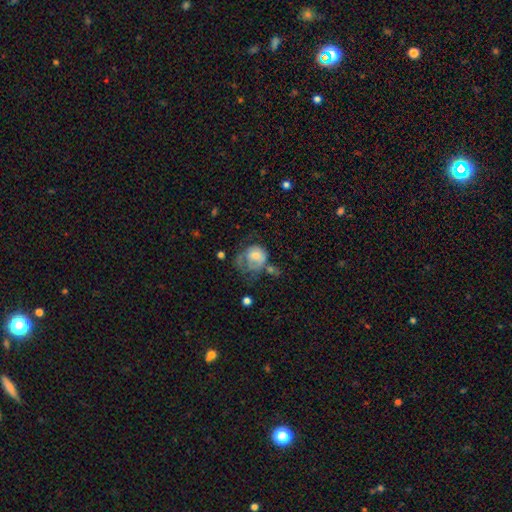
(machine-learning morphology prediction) smooth-or-featured: smooth: 50% | featured or disk: 41% | star or artifact: 9%
  merging: major disturbance: 44% | none: 23% | minor disturbance: 21% | merger: 12%